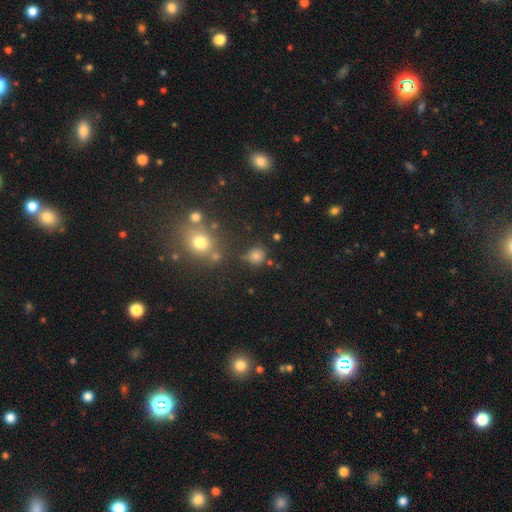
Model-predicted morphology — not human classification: Smooth or featured: smooth — 72% (star or artifact — 21%)
How rounded: round — 84% (in between — 15%)
Merging: none — 75% (minor disturbance — 12%)